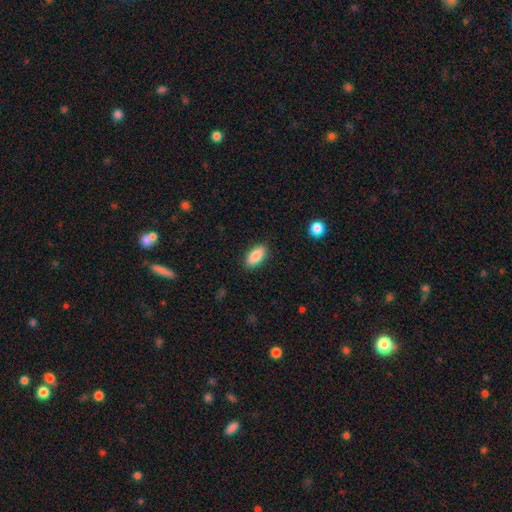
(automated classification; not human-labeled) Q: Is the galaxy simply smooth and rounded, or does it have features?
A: smooth — 86%.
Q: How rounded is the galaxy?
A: in between — 88%.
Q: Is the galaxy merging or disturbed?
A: none — 88%.